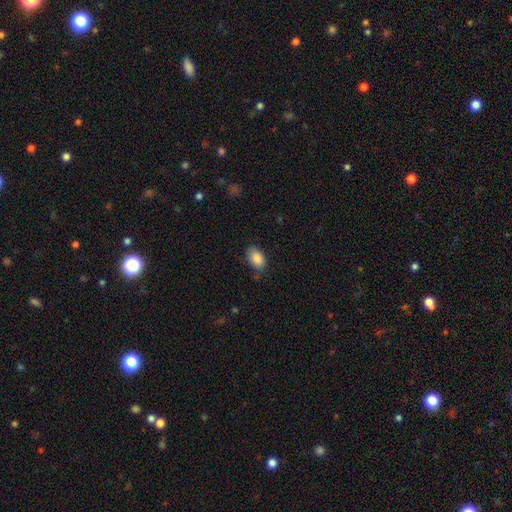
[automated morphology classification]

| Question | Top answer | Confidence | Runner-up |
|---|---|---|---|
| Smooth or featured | smooth | 87% | star or artifact (8%) |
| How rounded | in between | 87% | round (12%) |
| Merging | none | 79% | minor disturbance (16%) |